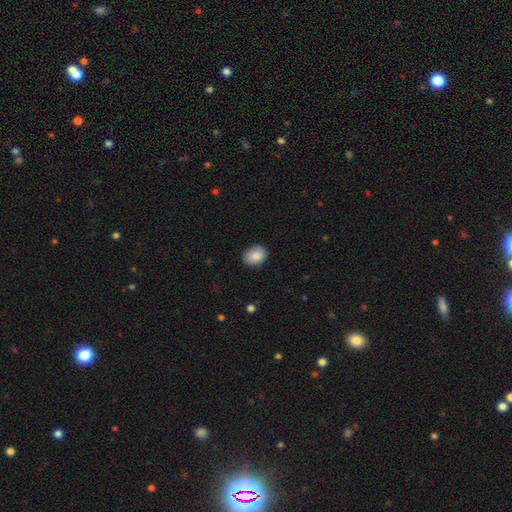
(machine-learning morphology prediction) Smooth or featured: smooth — 88% (star or artifact — 7%)
How rounded: in between — 61% (round — 38%)
Merging: none — 84% (minor disturbance — 13%)